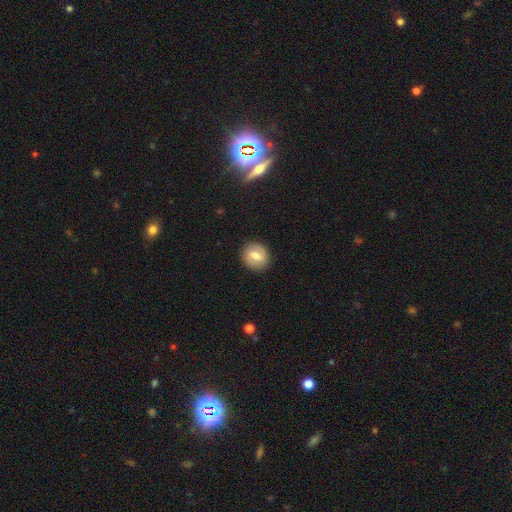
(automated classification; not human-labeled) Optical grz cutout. It shows a smooth galaxy with no disk features (56%) that is round (72%). Merging: none (87%).